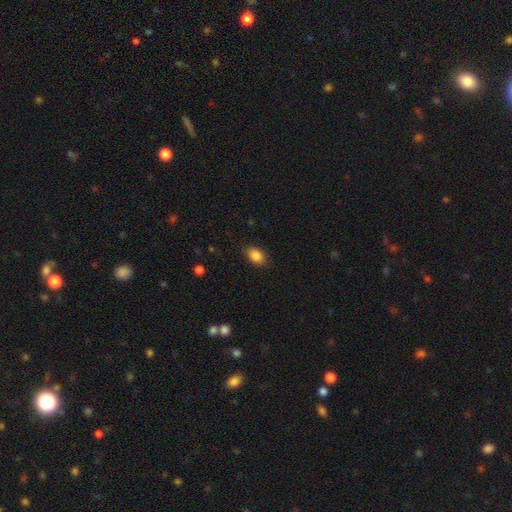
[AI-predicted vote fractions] This appears to be a smooth galaxy with no disk features (87%) that is in between round and cigar-shaped (85%). Merging: none (85%).